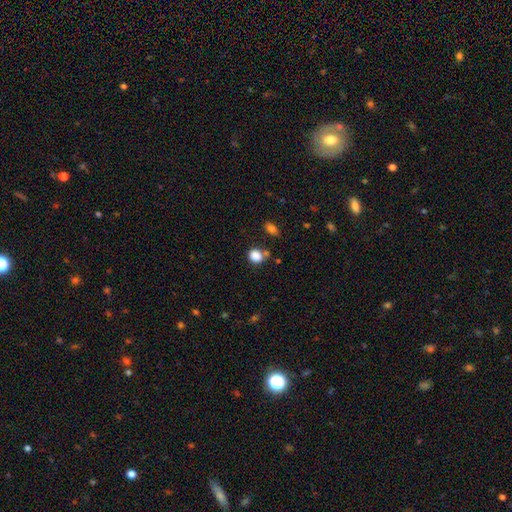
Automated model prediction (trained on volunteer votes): This appears to be a smooth galaxy with no disk features (85%) that is round (65%). Merging: none (66%).